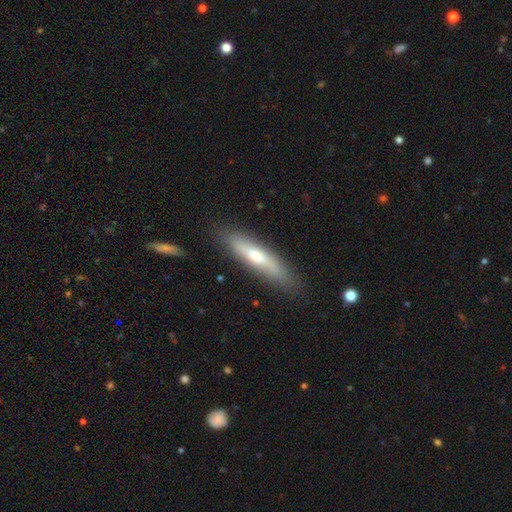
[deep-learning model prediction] A smooth galaxy with no disk features (52%) that is cigar-shaped (82%).

Vote fractions:
- Smooth or featured? smooth: 52% / featured or disk: 40% / star or artifact: 8%
- How rounded? cigar-shaped: 82% / in between: 16% / round: 2%
- Merging? none: 84% / minor disturbance: 12% / major disturbance: 3% / merger: 2%